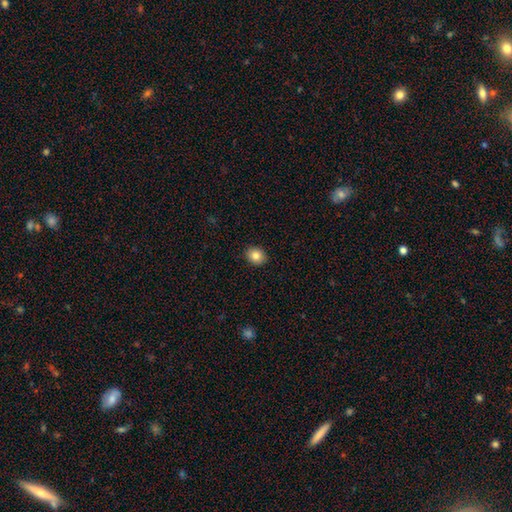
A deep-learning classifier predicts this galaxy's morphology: A smooth galaxy with no disk features (83%) that is round (60%). Merging: none (90%).